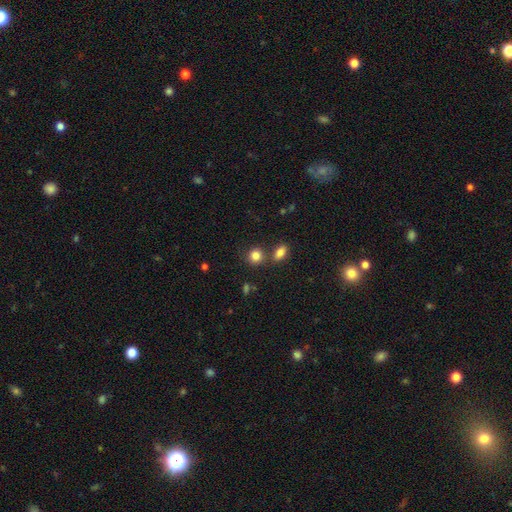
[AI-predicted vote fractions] Q: Smooth or featured?
A: smooth (83%); runner-up: star or artifact (10%)
Q: How rounded?
A: round (79%); runner-up: in between (20%)
Q: Merging?
A: none (68%); runner-up: merger (18%)